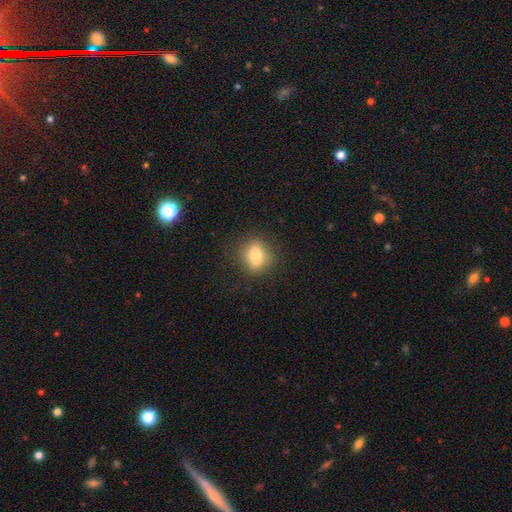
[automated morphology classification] A smooth galaxy with no disk features (78%) that is round (52%).

Vote fractions:
- Smooth or featured? smooth: 78% / featured or disk: 12% / star or artifact: 10%
- How rounded? round: 52% / in between: 45% / cigar-shaped: 3%
- Merging? none: 83% / minor disturbance: 12% / major disturbance: 4% / merger: 1%